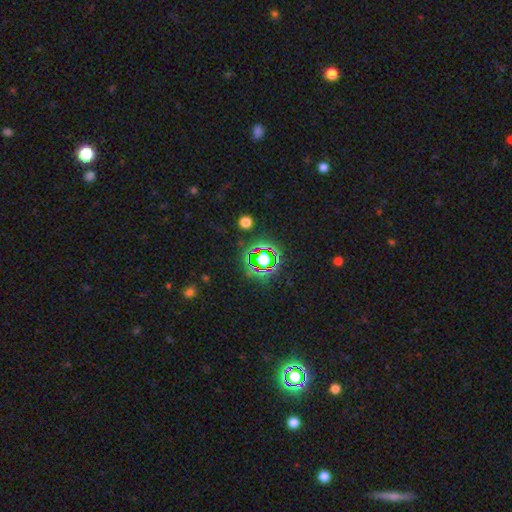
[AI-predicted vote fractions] Smooth or featured: star or artifact — 78% (smooth — 14%)